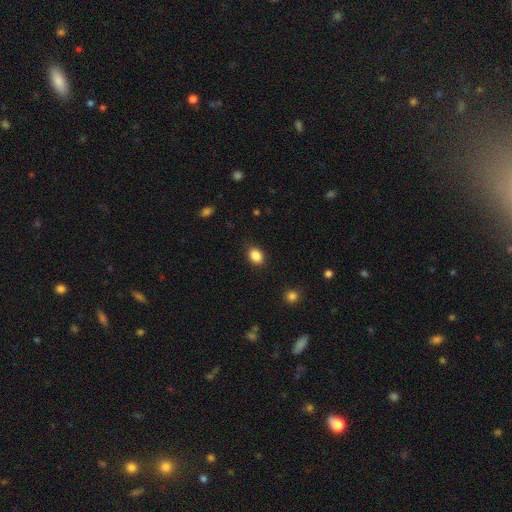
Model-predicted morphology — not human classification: The model was most divided on "how rounded": in between: 65%, round: 34%, cigar-shaped: 1%. More confident: smooth or featured — smooth (87%); merging — none (85%).